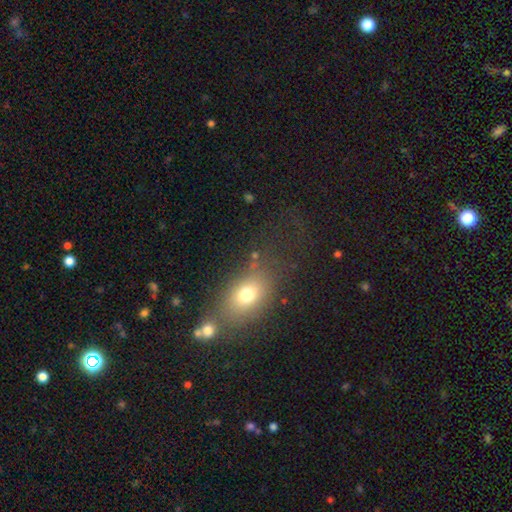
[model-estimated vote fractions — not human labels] A smooth galaxy with no disk features (69%) that is in between round and cigar-shaped (66%). Merging: none (58%).